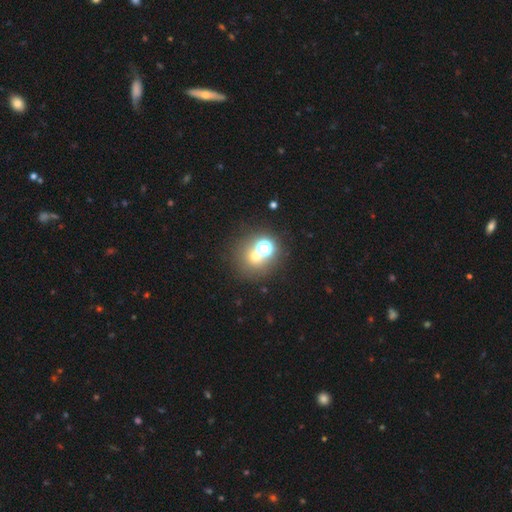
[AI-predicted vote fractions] A smooth galaxy with no disk features (55%) that is round (85%). Merging: none (63%).